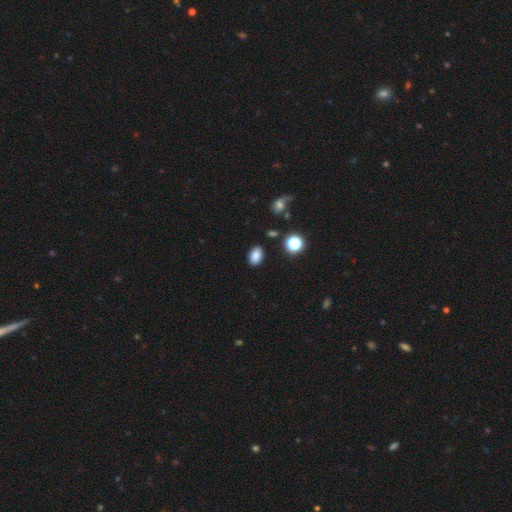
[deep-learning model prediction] Smooth or featured? Predicted: smooth (p=0.83). How rounded? Predicted: in between (p=0.83). Merging? Predicted: none (p=0.87).